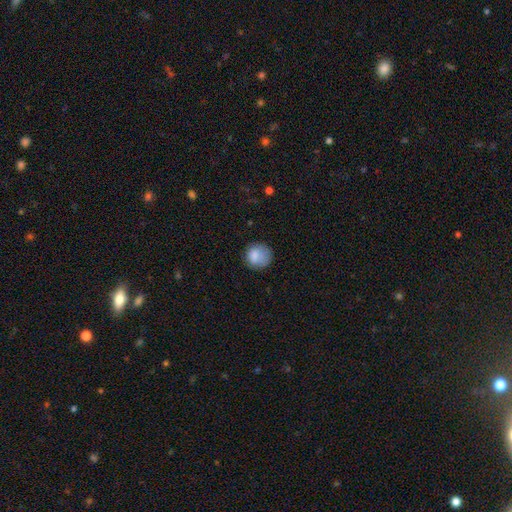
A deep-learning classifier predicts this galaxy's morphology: A smooth galaxy with no disk features (82%) that is round (82%).

Vote fractions:
- Smooth or featured? smooth: 82% / featured or disk: 9% / star or artifact: 9%
- How rounded? round: 82% / in between: 17% / cigar-shaped: 1%
- Merging? none: 67% / minor disturbance: 22% / major disturbance: 9% / merger: 2%